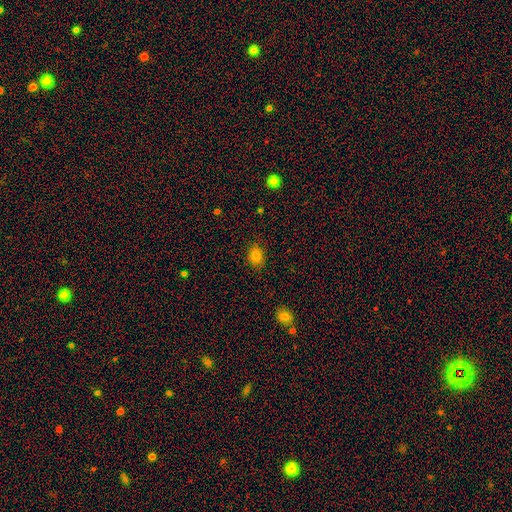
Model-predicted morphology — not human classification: Smooth or featured: smooth — 81% (star or artifact — 12%)
How rounded: in between — 56% (round — 43%)
Merging: none — 85% (minor disturbance — 11%)